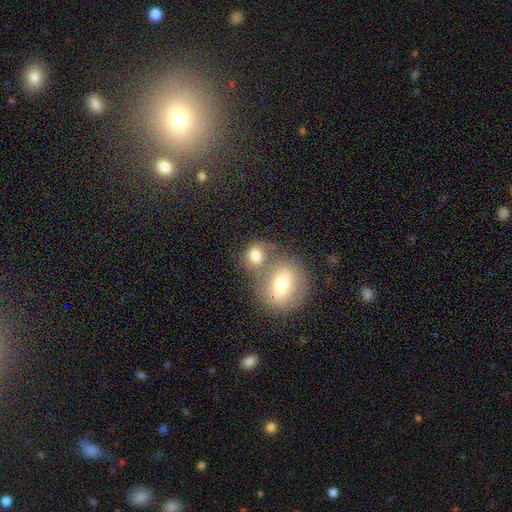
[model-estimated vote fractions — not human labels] Smooth or featured? Predicted: smooth (p=0.74). How rounded? Predicted: round (p=0.64). Merging? Predicted: merger (p=0.49).